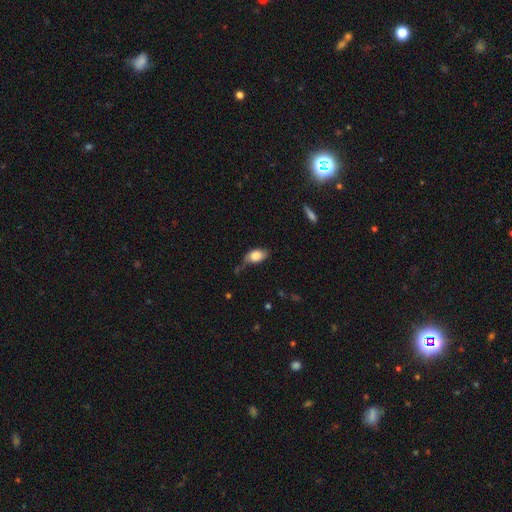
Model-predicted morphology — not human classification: smooth_or_featured: smooth (p=0.79) [alt: featured or disk p=0.14]
how_rounded: in between (p=0.89) [alt: round p=0.09]
merging: none (p=0.47) [alt: minor disturbance p=0.35]